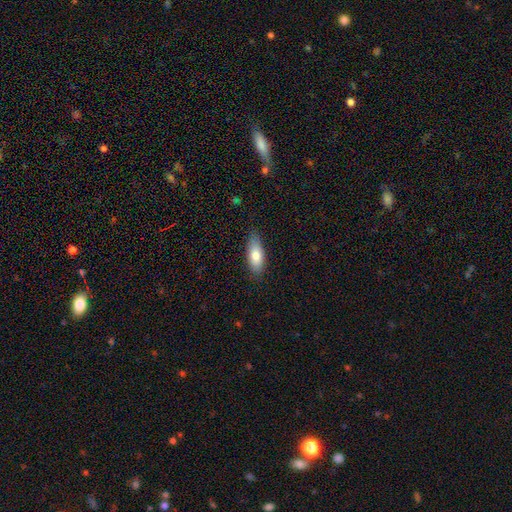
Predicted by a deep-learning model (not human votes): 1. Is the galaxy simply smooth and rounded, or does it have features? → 77% smooth, 16% featured or disk, 7% star or artifact.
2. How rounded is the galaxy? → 76% in between, 21% cigar-shaped, 3% round.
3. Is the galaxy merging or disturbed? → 80% none, 16% minor disturbance, 3% major disturbance, 1% merger.